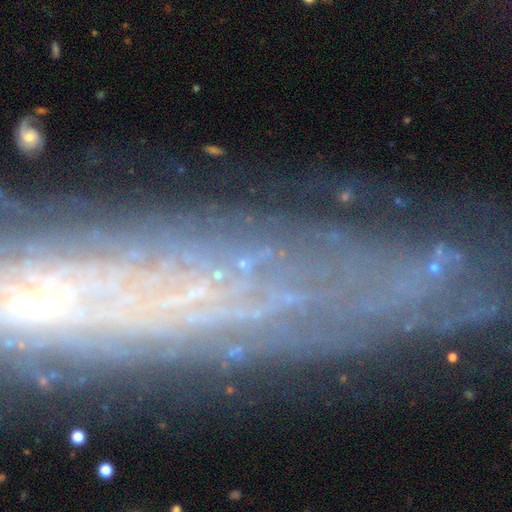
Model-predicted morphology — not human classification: The model was most divided on "smooth or featured": featured or disk: 49%, star or artifact: 36%, smooth: 15%. More confident: merging — none (69%).